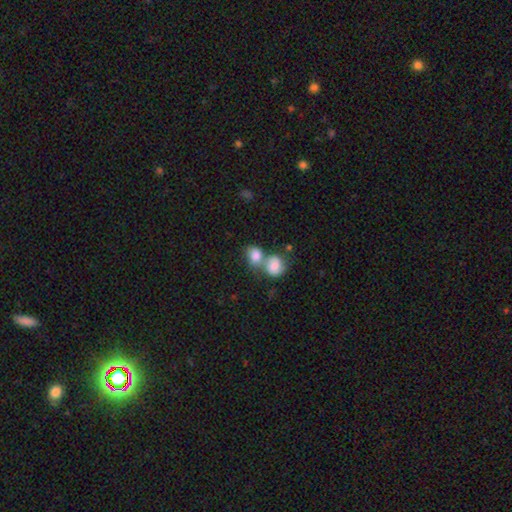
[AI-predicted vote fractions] smooth 81%, featured or disk 12%, star or artifact 8%. Down the decision tree: how rounded — round (52%); merging — merger (67%).